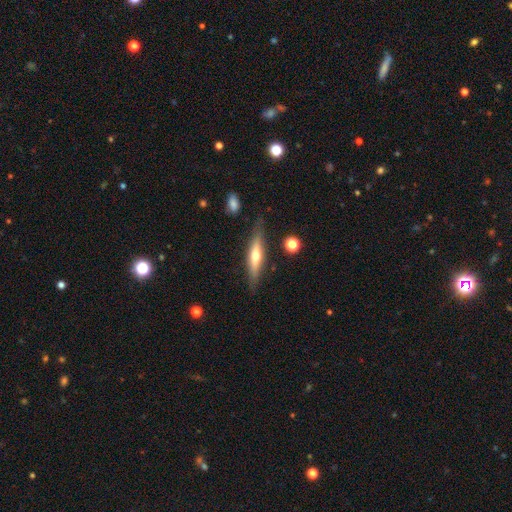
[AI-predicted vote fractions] A featured or disk galaxy (54%) viewed edge-on (91%).

Vote fractions:
- Smooth or featured? featured or disk: 54% / smooth: 39% / star or artifact: 7%
- Edge-on disk? yes: 91% / no: 9%
- Merging? none: 80% / minor disturbance: 14% / major disturbance: 3% / merger: 2%